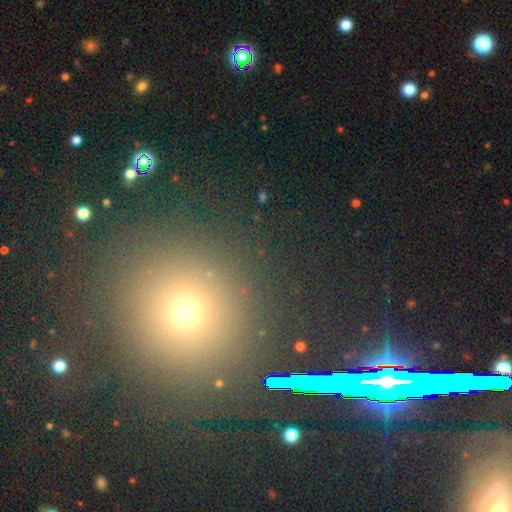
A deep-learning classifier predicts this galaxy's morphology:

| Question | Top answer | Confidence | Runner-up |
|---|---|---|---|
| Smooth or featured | smooth | 46% | star or artifact (43%) |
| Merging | none | 89% | minor disturbance (6%) |